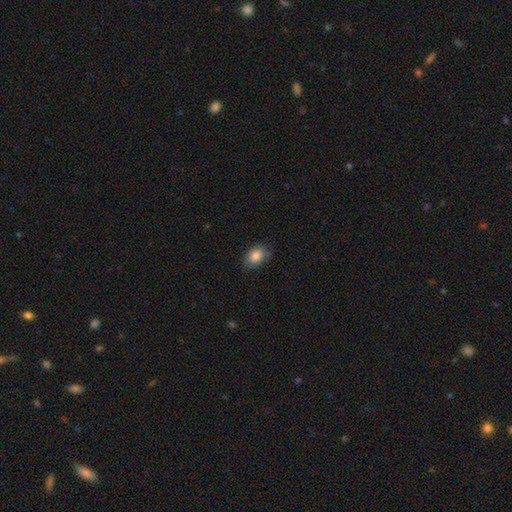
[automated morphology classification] A smooth galaxy with no disk features (85%) that is in between round and cigar-shaped (78%).

Vote fractions:
- Smooth or featured? smooth: 85% / star or artifact: 8% / featured or disk: 7%
- How rounded? in between: 78% / round: 21% / cigar-shaped: 1%
- Merging? none: 75% / minor disturbance: 20% / major disturbance: 4% / merger: 1%